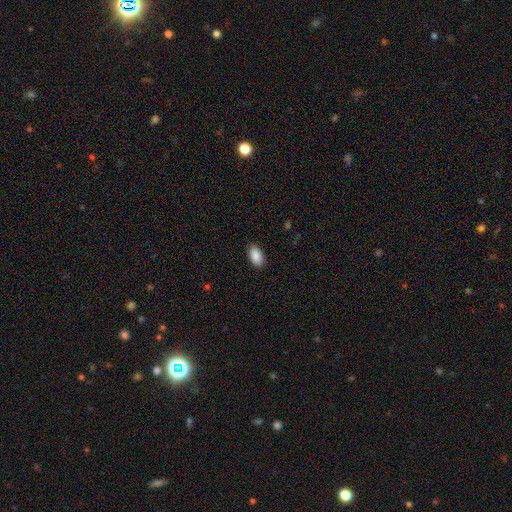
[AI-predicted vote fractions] This is clearly a smooth galaxy (90%). How rounded: clearly in between (95%). Merging: clearly none (88%).